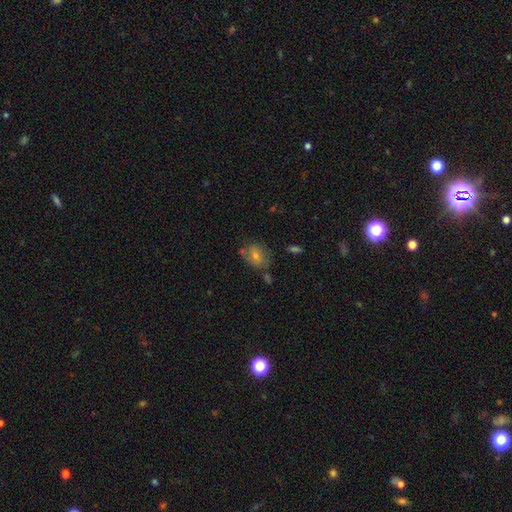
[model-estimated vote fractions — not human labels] Morphology: type=smooth (51%); roundness=in between (52%); merging=none (67%).